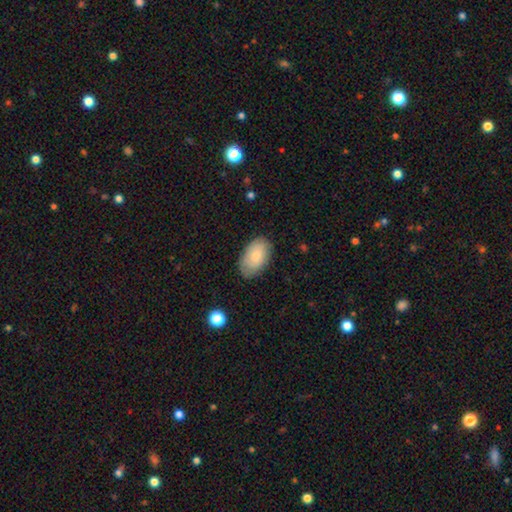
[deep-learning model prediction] Smooth or featured? Predicted: smooth (p=0.77). How rounded? Predicted: in between (p=0.94). Merging? Predicted: none (p=0.80).